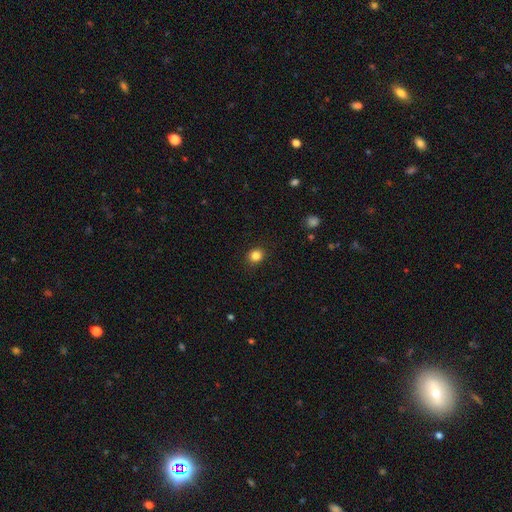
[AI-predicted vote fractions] smooth-or-featured: smooth: 84% | star or artifact: 11% | featured or disk: 4%
  how-rounded: round: 75% | in between: 24% | cigar-shaped: 1%
  merging: none: 89% | minor disturbance: 7% | major disturbance: 2% | merger: 1%